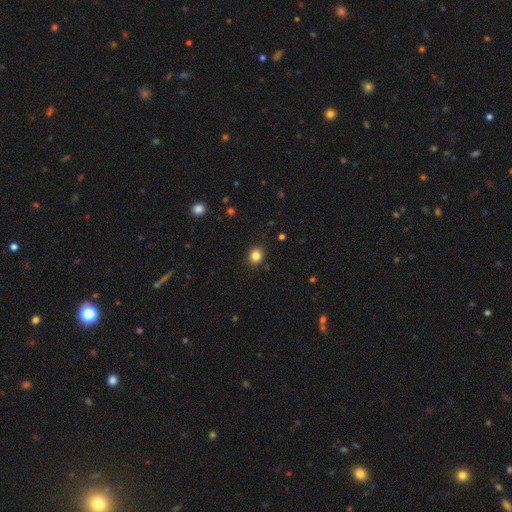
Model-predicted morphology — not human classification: smooth_or_featured: smooth (p=0.84) [alt: star or artifact p=0.12]
how_rounded: round (p=0.73) [alt: in between p=0.26]
merging: none (p=0.90) [alt: minor disturbance p=0.07]